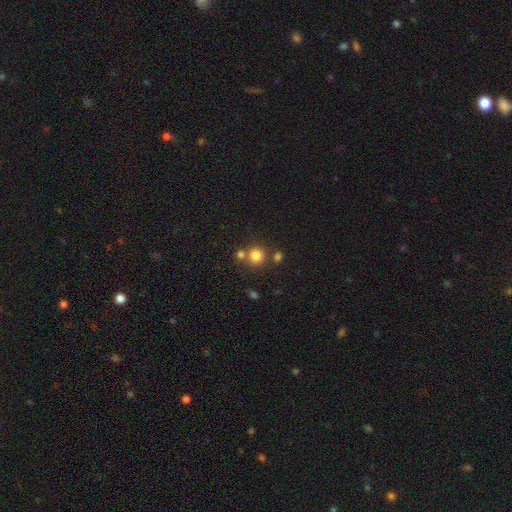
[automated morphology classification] This appears to be a smooth galaxy with no disk features (80%) that is round (90%). Merging: none (68%).